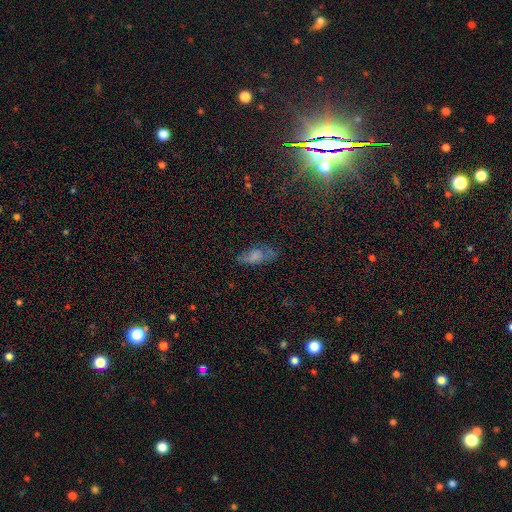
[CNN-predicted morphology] Smooth or featured: smooth — 60% (featured or disk — 23%)
How rounded: in between — 80% (cigar-shaped — 15%)
Merging: none — 57% (minor disturbance — 27%)